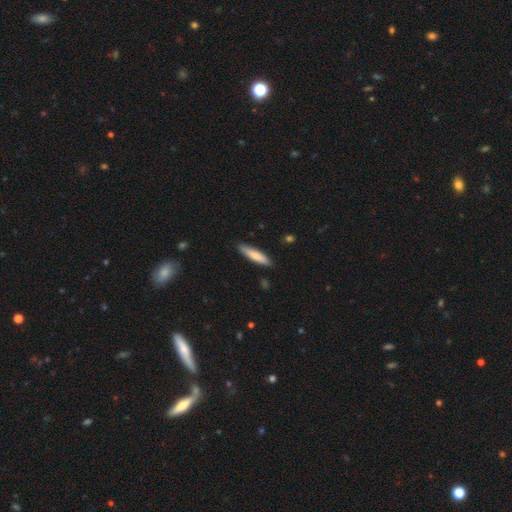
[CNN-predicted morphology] Smooth or featured?
  - smooth: 72% *
  - featured or disk: 23%
  - star or artifact: 5%
How rounded?
  - cigar-shaped: 82% *
  - in between: 17%
  - round: 1%
Merging?
  - none: 89% *
  - minor disturbance: 9%
  - major disturbance: 2%
  - merger: 1%